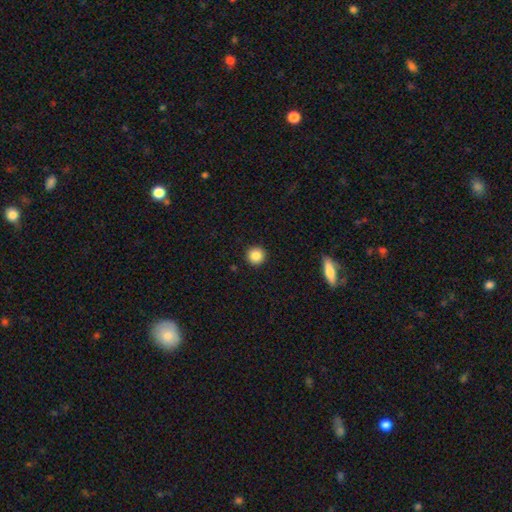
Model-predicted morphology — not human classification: type=smooth (86%); roundness=round (95%); merging=none (93%).